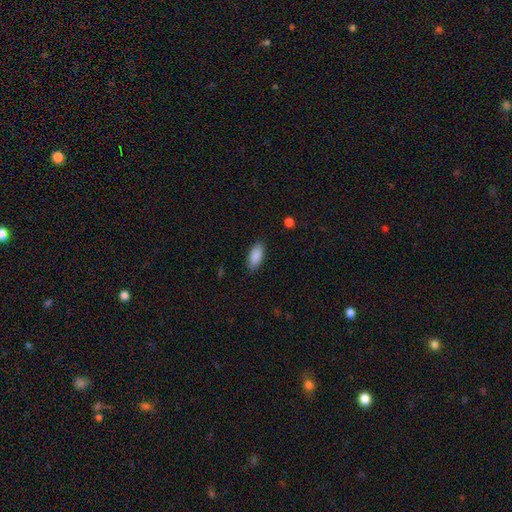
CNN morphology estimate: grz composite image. It shows a smooth galaxy with no disk features (89%) that is in between round and cigar-shaped (87%). Merging: none (88%).